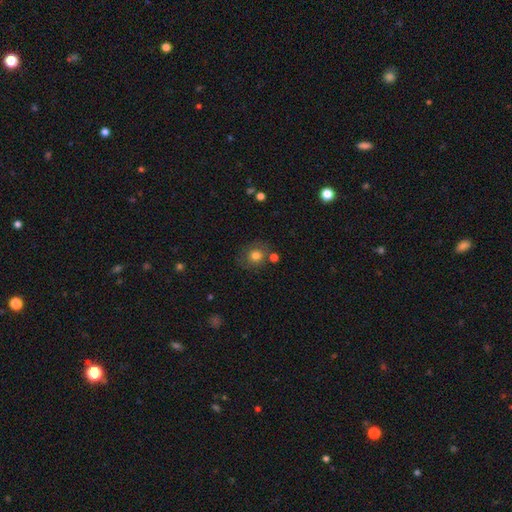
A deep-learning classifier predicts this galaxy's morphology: A smooth galaxy with no disk features (77%) that is round (81%).

Vote fractions:
- Smooth or featured? smooth: 77% / featured or disk: 12% / star or artifact: 12%
- How rounded? round: 81% / in between: 18% / cigar-shaped: 1%
- Merging? none: 72% / minor disturbance: 14% / merger: 9% / major disturbance: 5%